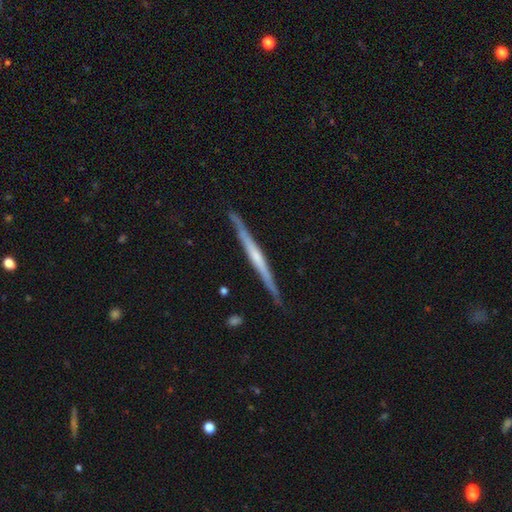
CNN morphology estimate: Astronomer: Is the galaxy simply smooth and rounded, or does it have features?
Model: featured or disk — 69%.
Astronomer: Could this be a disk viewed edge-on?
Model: yes — 97%.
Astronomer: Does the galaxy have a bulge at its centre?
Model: none — 57%.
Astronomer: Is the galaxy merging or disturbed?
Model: none — 86%.